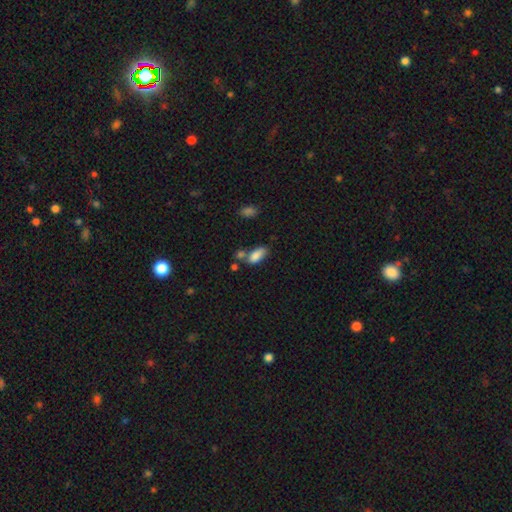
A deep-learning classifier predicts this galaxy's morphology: The model was most divided on "merging": none: 49%, merger: 25%, minor disturbance: 19%, major disturbance: 7%. More confident: how rounded — in between (88%); smooth or featured — smooth (83%).